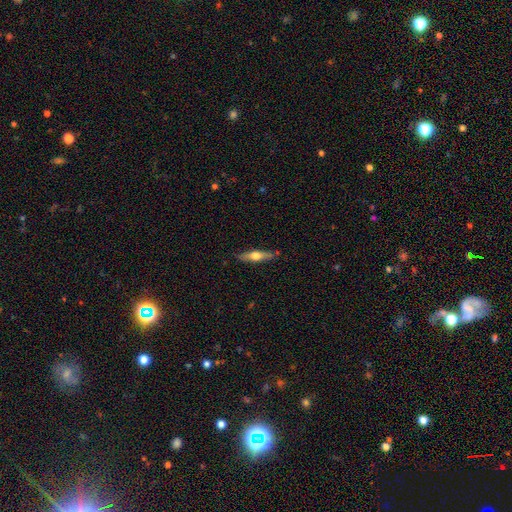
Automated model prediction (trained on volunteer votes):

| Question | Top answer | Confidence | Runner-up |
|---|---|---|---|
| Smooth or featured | featured or disk | 50% | smooth (44%) |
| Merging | none | 84% | minor disturbance (12%) |